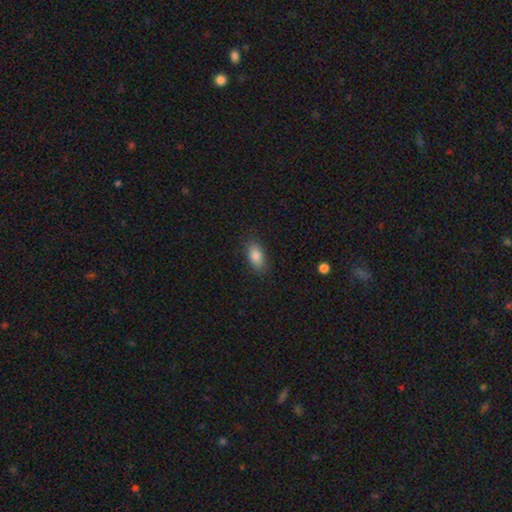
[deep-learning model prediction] smooth 85%, star or artifact 8%, featured or disk 7%. Down the decision tree: how rounded — in between (89%); merging — none (87%).